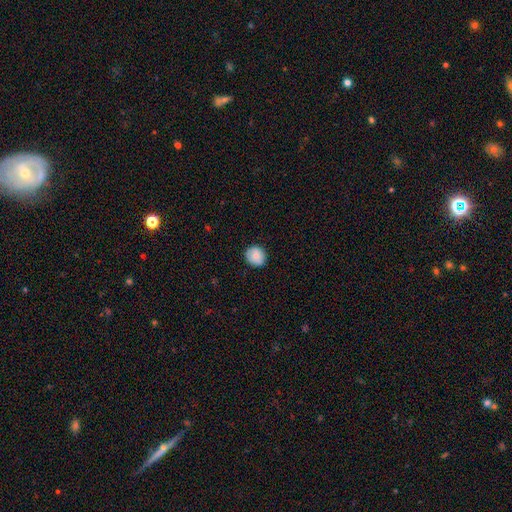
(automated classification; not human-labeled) Smooth or featured? Predicted: smooth (p=0.82). How rounded? Predicted: round (p=0.82). Merging? Predicted: none (p=0.84).